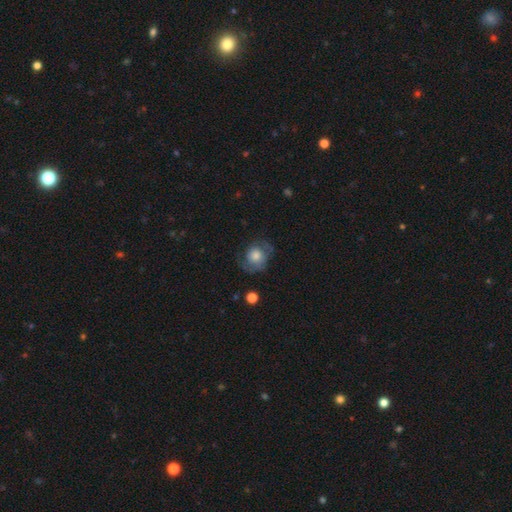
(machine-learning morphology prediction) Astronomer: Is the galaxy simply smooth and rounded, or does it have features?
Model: smooth — 57% (runner-up: featured or disk, 34%).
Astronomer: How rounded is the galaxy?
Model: round — 75%.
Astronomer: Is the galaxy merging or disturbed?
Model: none — 57%.